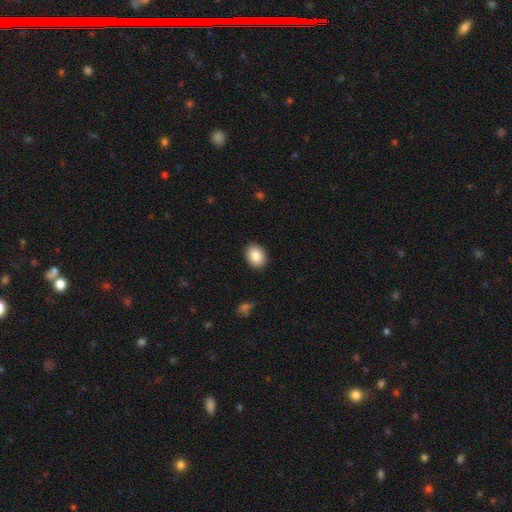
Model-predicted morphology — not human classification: smooth_or_featured: smooth (p=0.86) [alt: star or artifact p=0.08]
how_rounded: in between (p=0.59) [alt: round p=0.40]
merging: none (p=0.90) [alt: minor disturbance p=0.07]